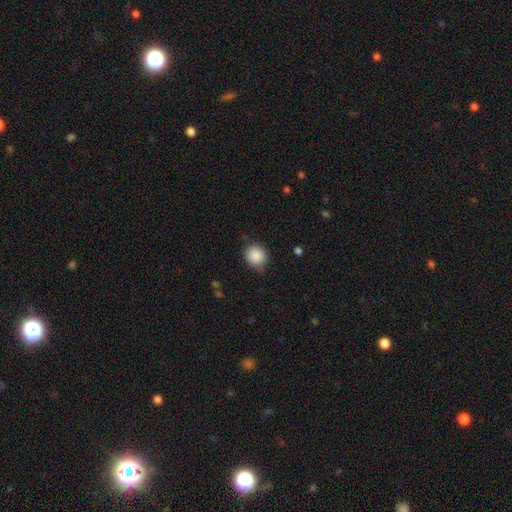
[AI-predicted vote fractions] Smooth or featured?
  - smooth: 88% *
  - star or artifact: 9%
  - featured or disk: 4%
How rounded?
  - round: 90% *
  - in between: 10%
  - cigar-shaped: 1%
Merging?
  - none: 80% *
  - minor disturbance: 15%
  - major disturbance: 3%
  - merger: 2%